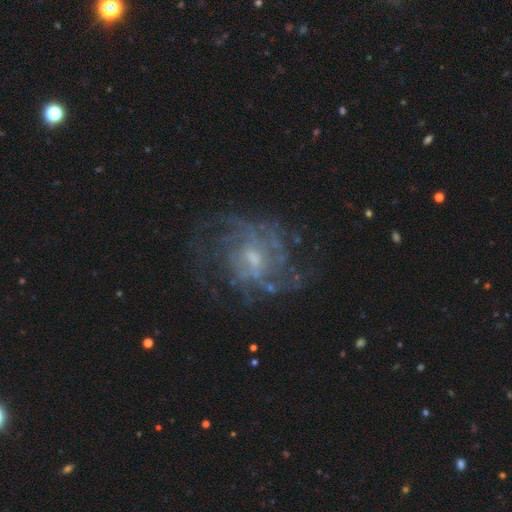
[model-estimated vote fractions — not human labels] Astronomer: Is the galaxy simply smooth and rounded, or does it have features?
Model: featured or disk — 77%.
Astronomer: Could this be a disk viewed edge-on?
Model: no — 97%.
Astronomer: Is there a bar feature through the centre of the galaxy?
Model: no — 56% (runner-up: weak, 37%).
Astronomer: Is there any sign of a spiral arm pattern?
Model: yes — 80%.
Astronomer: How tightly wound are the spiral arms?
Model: tight — 40%, tied with medium at 40%.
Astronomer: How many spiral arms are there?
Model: can't tell — 52%.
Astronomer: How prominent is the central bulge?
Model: small — 58%.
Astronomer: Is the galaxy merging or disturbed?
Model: none — 65%.